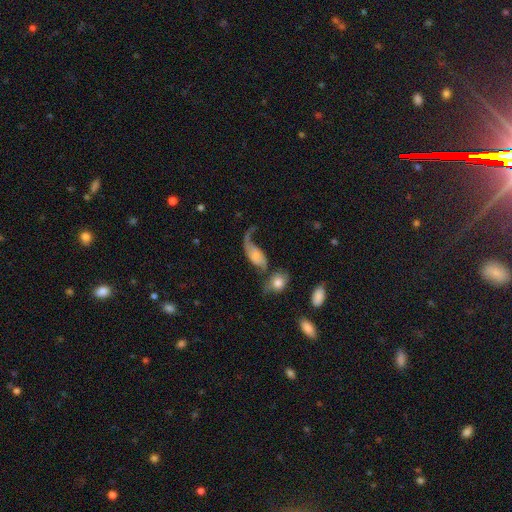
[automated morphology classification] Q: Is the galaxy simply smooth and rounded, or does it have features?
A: featured or disk — 68%.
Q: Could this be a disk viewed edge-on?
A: no — 94%.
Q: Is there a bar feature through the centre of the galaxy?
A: no — 62%.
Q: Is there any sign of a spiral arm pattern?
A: yes — 87%.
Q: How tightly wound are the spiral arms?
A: loose — 85%.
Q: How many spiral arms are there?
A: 2 — 62%.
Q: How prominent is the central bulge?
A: none — 35%.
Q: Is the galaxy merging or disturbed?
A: merger — 30%, tied with major disturbance.